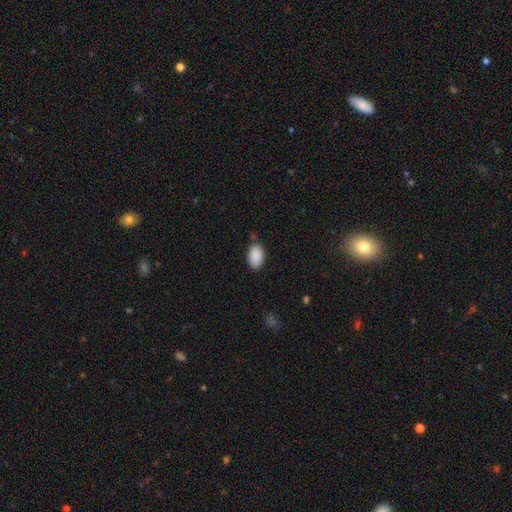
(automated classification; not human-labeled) smooth-or-featured: smooth: 90% | star or artifact: 7% | featured or disk: 3%
  how-rounded: in between: 93% | round: 6% | cigar-shaped: 1%
  merging: none: 80% | minor disturbance: 15% | major disturbance: 3% | merger: 2%